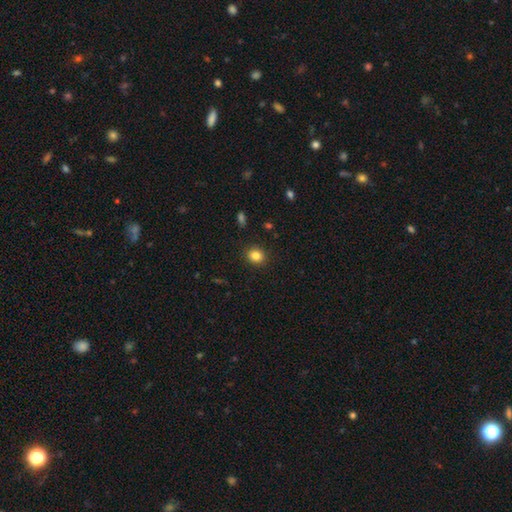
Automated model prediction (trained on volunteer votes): Q: Smooth or featured?
A: smooth (84%); runner-up: star or artifact (11%)
Q: How rounded?
A: round (71%); runner-up: in between (28%)
Q: Merging?
A: none (90%); runner-up: minor disturbance (7%)